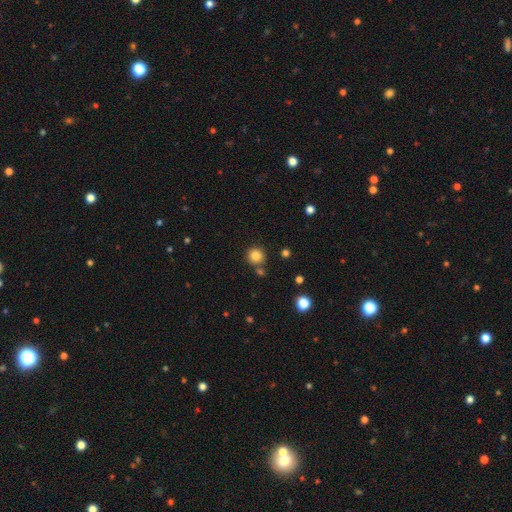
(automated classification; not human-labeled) smooth_or_featured: smooth (p=0.84) [alt: star or artifact p=0.11]
how_rounded: round (p=0.93) [alt: in between p=0.06]
merging: none (p=0.78) [alt: merger p=0.11]